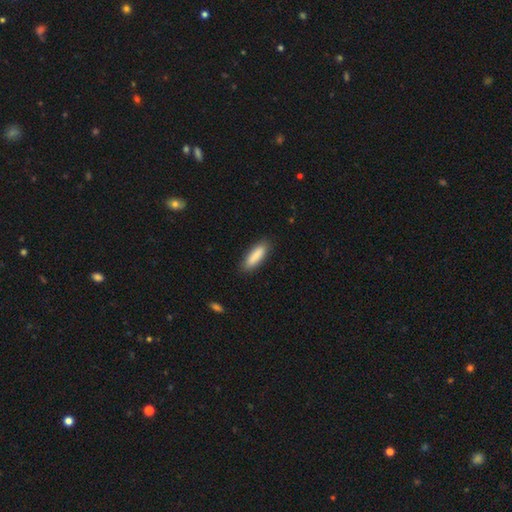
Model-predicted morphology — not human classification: A smooth galaxy with no disk features (88%) that is cigar-shaped (57%). Merging: none (86%).